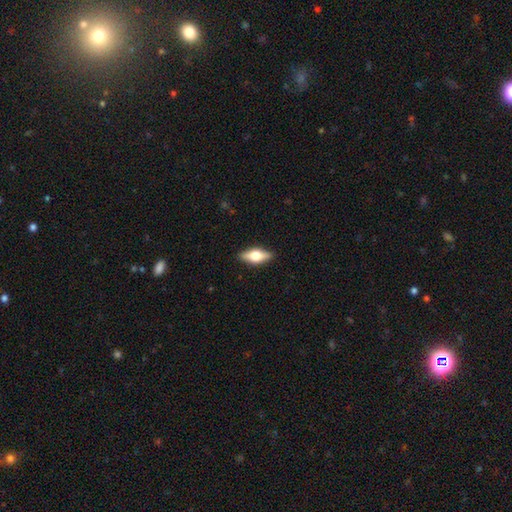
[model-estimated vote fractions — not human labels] A featured or disk galaxy (48%).

Vote fractions:
- Smooth or featured? featured or disk: 48% / smooth: 45% / star or artifact: 7%
- Merging? none: 88% / minor disturbance: 9% / major disturbance: 2% / merger: 1%